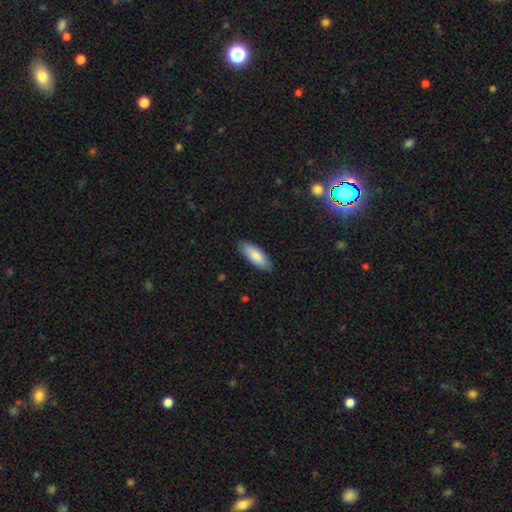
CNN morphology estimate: type=smooth (85%); roundness=in between (70%); merging=none (88%).